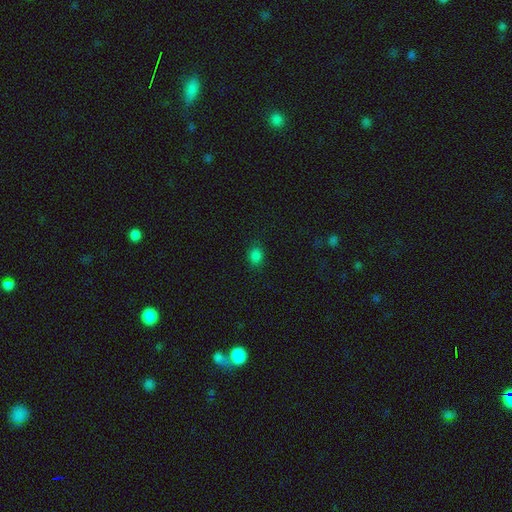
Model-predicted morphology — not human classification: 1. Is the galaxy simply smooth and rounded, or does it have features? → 81% smooth, 16% star or artifact, 3% featured or disk.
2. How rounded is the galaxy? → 56% in between, 43% round, 1% cigar-shaped.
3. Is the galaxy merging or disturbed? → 85% none, 11% minor disturbance, 3% major disturbance, 1% merger.